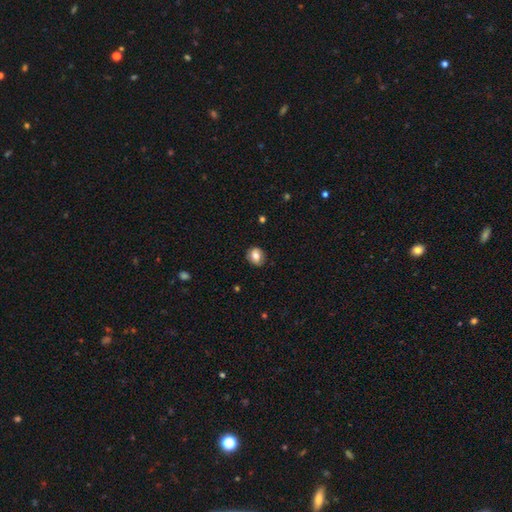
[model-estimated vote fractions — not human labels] Smooth or featured? smooth (78%)
How rounded? round (71%)
Merging? none (85%)